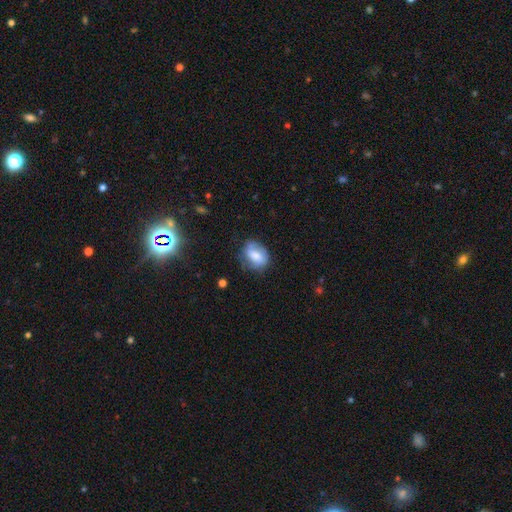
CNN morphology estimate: smooth 65%, featured or disk 27%, star or artifact 8%. Down the decision tree: how rounded — in between (71%); merging — none (58%).